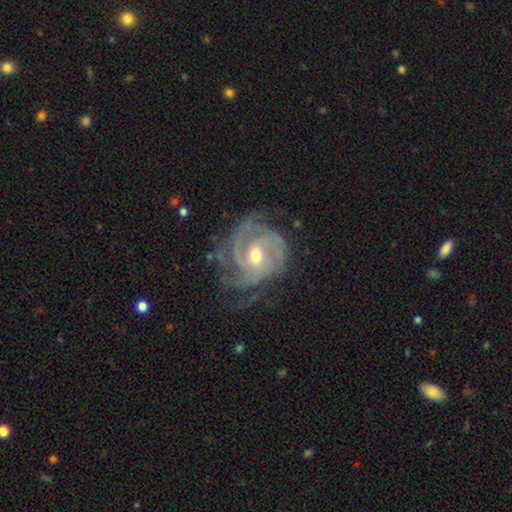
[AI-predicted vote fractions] Overall: featured or disk (91%). Edge-on disk: no (98%). Bar: no (50%; weak 37%). Spiral arms: yes (98%). Spiral arm count: 3 (40%; 2 18%). Spiral winding: tight (64%; medium 31%). Bulge size: moderate (65%; small 30%). Merging: none (66%).